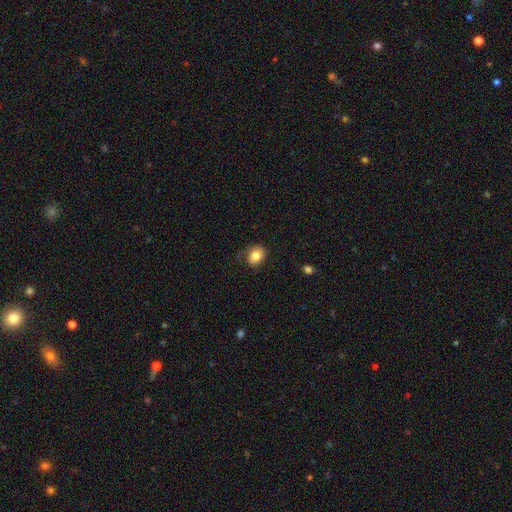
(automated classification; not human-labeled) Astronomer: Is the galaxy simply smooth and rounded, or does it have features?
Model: smooth — 81%.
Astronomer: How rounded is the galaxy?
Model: in between — 50% (runner-up: round, 49%).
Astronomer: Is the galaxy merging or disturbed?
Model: none — 68%.